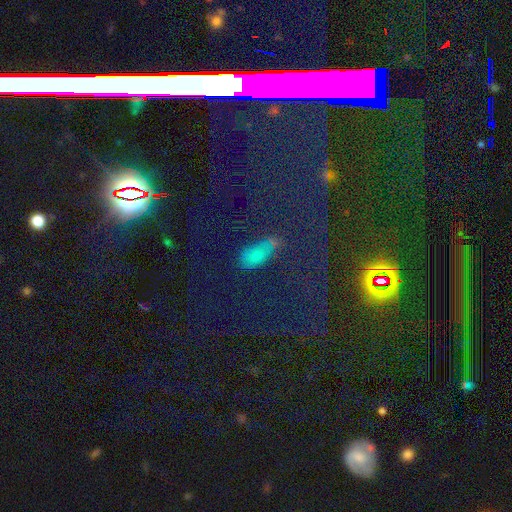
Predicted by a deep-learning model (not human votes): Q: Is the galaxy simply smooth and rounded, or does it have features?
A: smooth — 46%.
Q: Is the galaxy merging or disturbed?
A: none — 57%.